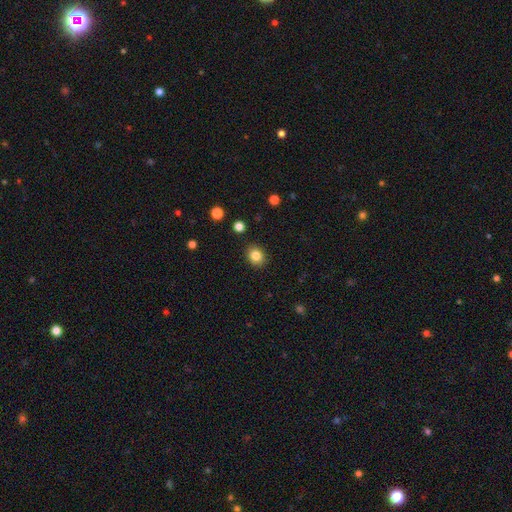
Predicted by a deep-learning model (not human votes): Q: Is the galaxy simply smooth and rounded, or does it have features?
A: smooth — 84%.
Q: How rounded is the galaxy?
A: round — 66%.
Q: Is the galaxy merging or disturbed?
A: none — 90%.